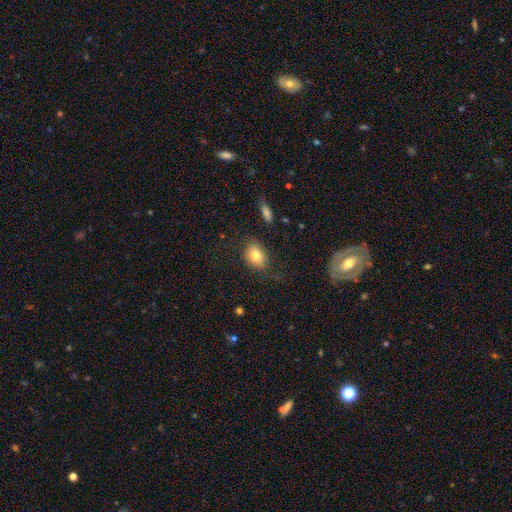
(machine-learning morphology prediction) smooth-or-featured: smooth: 79% | featured or disk: 12% | star or artifact: 9%
  how-rounded: in between: 64% | round: 34% | cigar-shaped: 1%
  merging: none: 76% | minor disturbance: 16% | major disturbance: 5% | merger: 2%